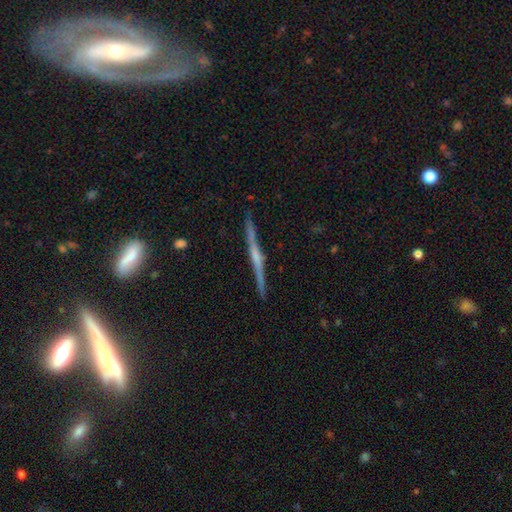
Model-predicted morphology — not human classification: A featured or disk galaxy (79%) viewed edge-on (96%) with a rounded central bulge (67%).

Vote fractions:
- Smooth or featured? featured or disk: 79% / smooth: 12% / star or artifact: 9%
- Edge-on disk? yes: 96% / no: 4%
- Edge-on bulge? rounded: 67% / none: 20% / boxy: 13%
- Merging? none: 86% / minor disturbance: 10% / major disturbance: 2% / merger: 2%